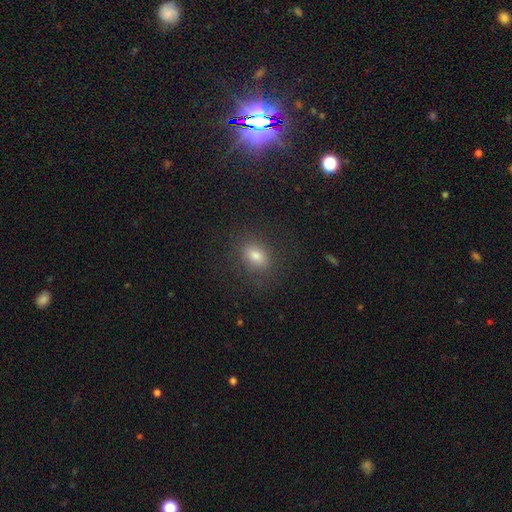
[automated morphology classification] smooth 76%, star or artifact 15%, featured or disk 9%. Down the decision tree: how rounded — in between (66%); merging — none (83%).